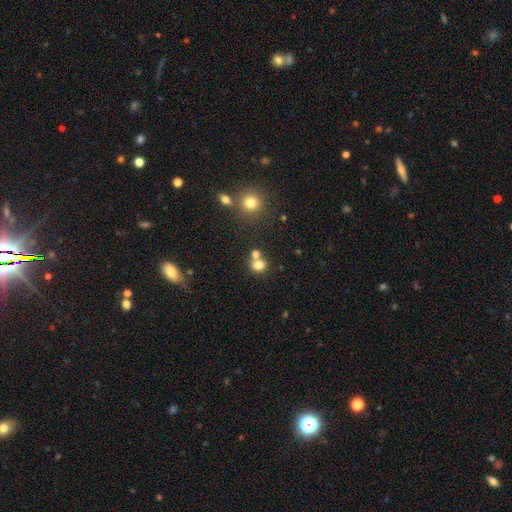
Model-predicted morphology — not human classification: smooth-or-featured: smooth: 69% | star or artifact: 21% | featured or disk: 10%
  how-rounded: round: 84% | in between: 15% | cigar-shaped: 1%
  merging: none: 56% | merger: 33% | minor disturbance: 8% | major disturbance: 3%